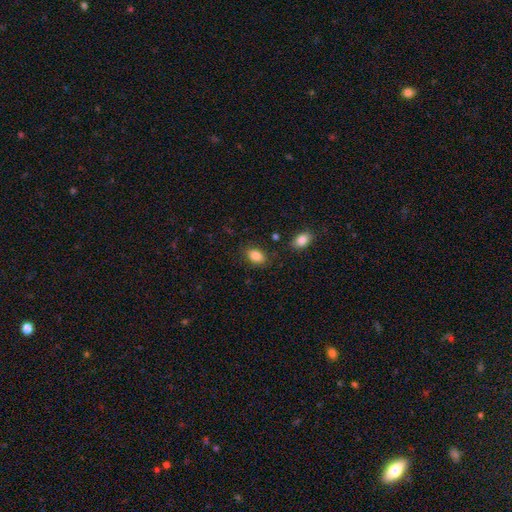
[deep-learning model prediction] smooth 86%, star or artifact 8%, featured or disk 6%. Down the decision tree: how rounded — in between (85%); merging — none (82%).